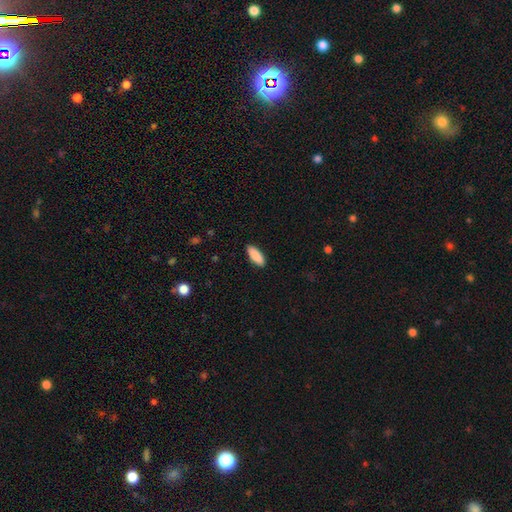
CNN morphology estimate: This is clearly a smooth galaxy (89%). How rounded: likely in between (63%). Merging: clearly none (89%).